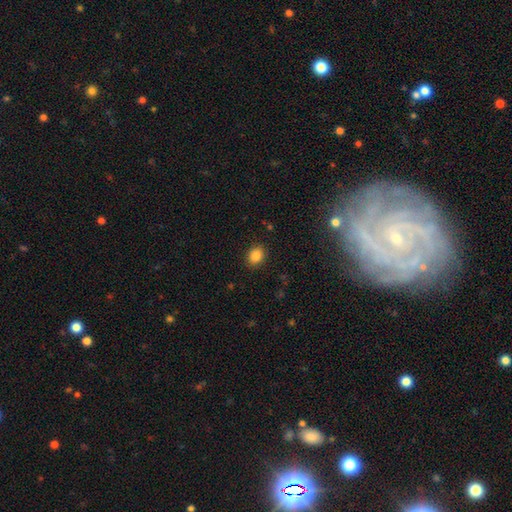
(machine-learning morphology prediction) Smooth or featured? Predicted: smooth (p=0.86). How rounded? Predicted: round (p=0.53). Merging? Predicted: none (p=0.89).